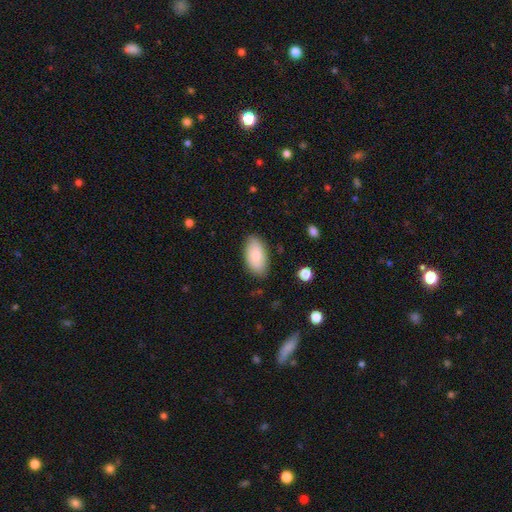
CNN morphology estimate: Smooth or featured? Predicted: smooth (p=0.82). How rounded? Predicted: in between (p=0.95). Merging? Predicted: none (p=0.83).